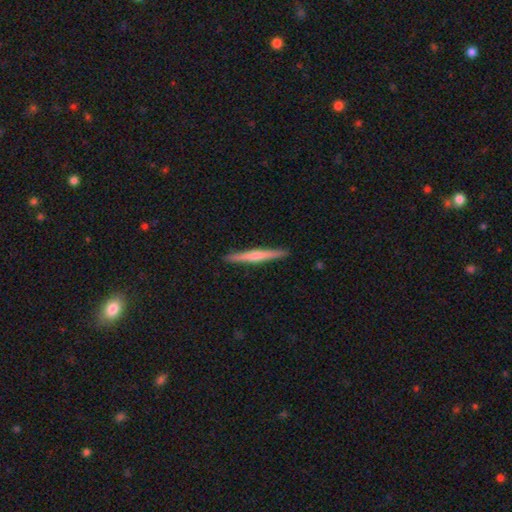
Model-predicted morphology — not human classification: Smooth or featured?
  - featured or disk: 52% *
  - smooth: 43%
  - star or artifact: 5%
Edge-on disk?
  - yes: 98% *
  - no: 2%
Edge-on bulge?
  - rounded: 53% *
  - none: 37%
  - boxy: 11%
Merging?
  - none: 92% *
  - minor disturbance: 6%
  - major disturbance: 1%
  - merger: 1%